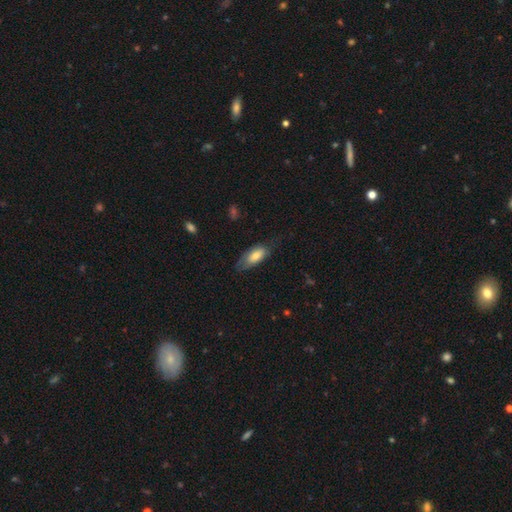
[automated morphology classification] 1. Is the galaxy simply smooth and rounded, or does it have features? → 72% smooth, 22% featured or disk, 6% star or artifact.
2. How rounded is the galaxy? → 84% in between, 13% cigar-shaped, 2% round.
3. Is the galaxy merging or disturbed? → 56% none, 29% minor disturbance, 14% major disturbance, 2% merger.